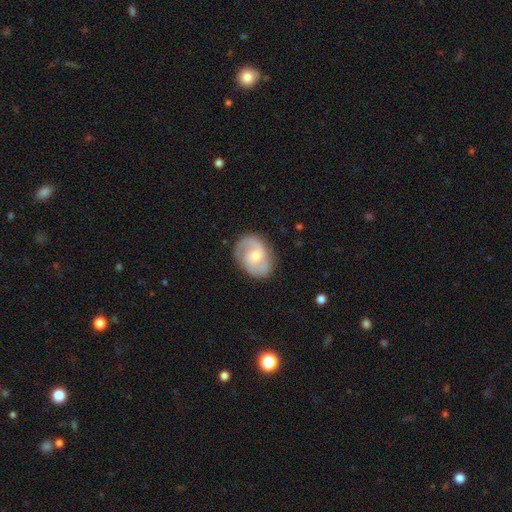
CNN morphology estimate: Smooth or featured? Predicted: featured or disk (p=0.77). Edge-on disk? Predicted: no (p=0.97). Bar? Predicted: no (p=0.54). Spiral arms? Predicted: yes (p=0.92). Spiral winding? Predicted: medium (p=0.51). Spiral arm count? Predicted: 2 (p=0.85). Bulge size? Predicted: moderate (p=0.50). Merging? Predicted: none (p=0.79).